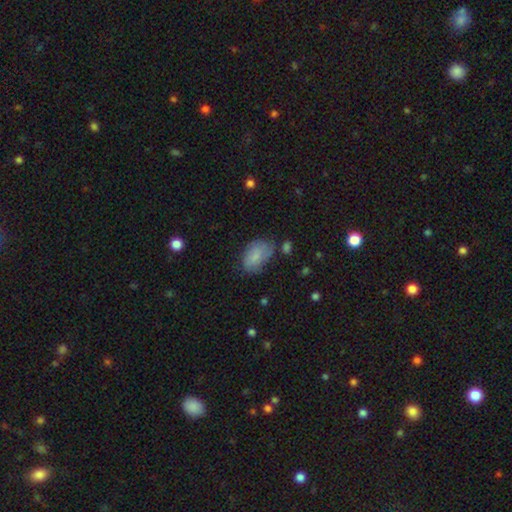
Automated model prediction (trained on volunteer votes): A smooth galaxy with no disk features (79%) that is in between round and cigar-shaped (90%). Merging: none (56%).